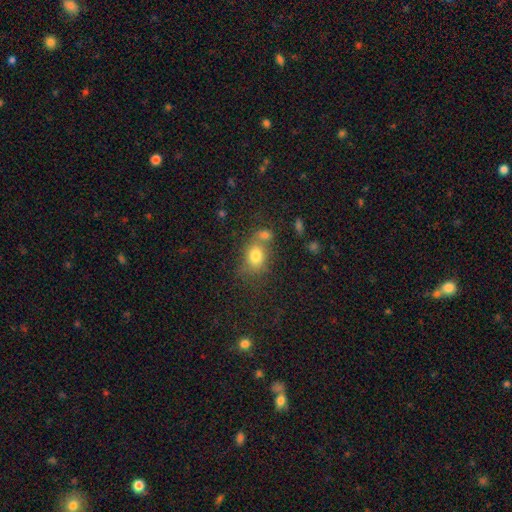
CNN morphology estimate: Q: Smooth or featured?
A: smooth (79%); runner-up: star or artifact (11%)
Q: How rounded?
A: in between (58%); runner-up: round (41%)
Q: Merging?
A: none (46%); runner-up: merger (34%)